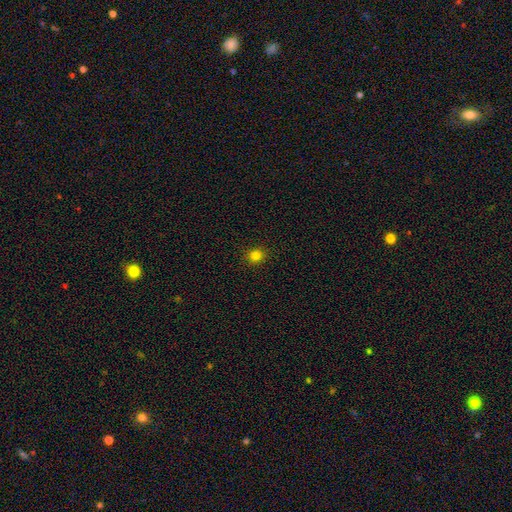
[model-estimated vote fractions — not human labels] The model was most divided on "smooth or featured": smooth: 80%, star or artifact: 15%, featured or disk: 5%. More confident: merging — none (92%); how rounded — round (83%).